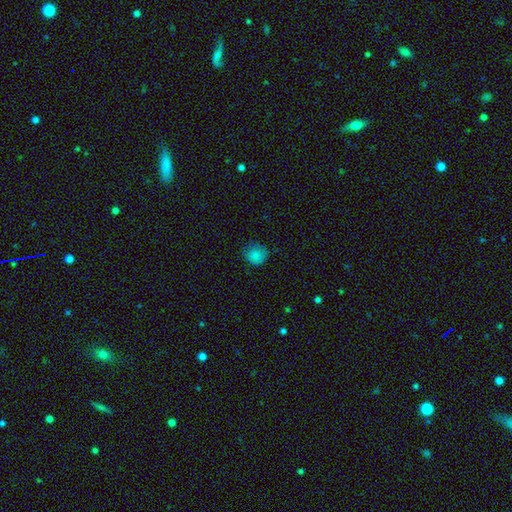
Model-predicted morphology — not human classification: This is clearly a smooth galaxy (83%). How rounded: clearly round (87%). Merging: likely none (75%).